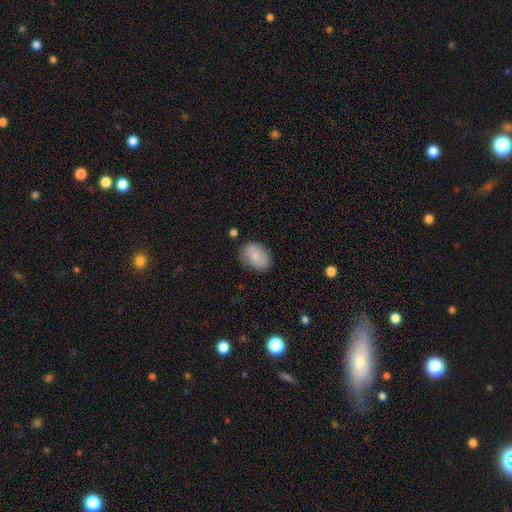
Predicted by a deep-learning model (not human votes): Smooth or featured?
  - smooth: 81% *
  - featured or disk: 11%
  - star or artifact: 7%
How rounded?
  - in between: 82% *
  - round: 16%
  - cigar-shaped: 1%
Merging?
  - none: 78% *
  - minor disturbance: 16%
  - major disturbance: 4%
  - merger: 2%